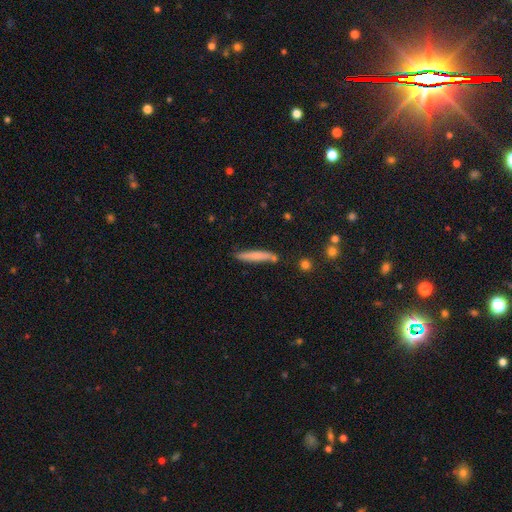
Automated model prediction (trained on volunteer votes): smooth_or_featured: smooth (p=0.71) [alt: featured or disk p=0.22]
how_rounded: cigar-shaped (p=0.92) [alt: in between p=0.06]
merging: none (p=0.77) [alt: minor disturbance p=0.14]